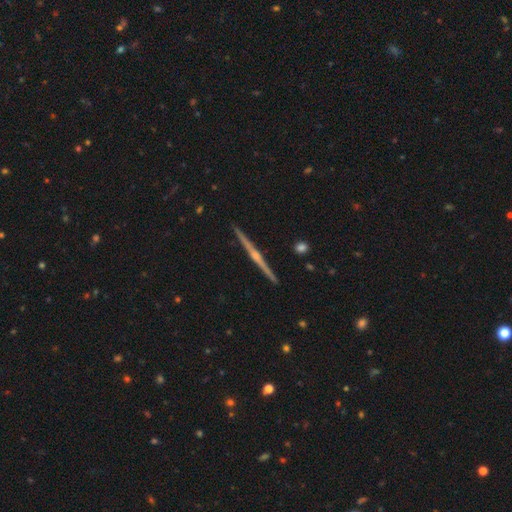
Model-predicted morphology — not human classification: Smooth or featured? featured or disk (84%)
Edge-on disk? yes (99%)
Edge-on bulge? rounded (78%)
Merging? none (93%)